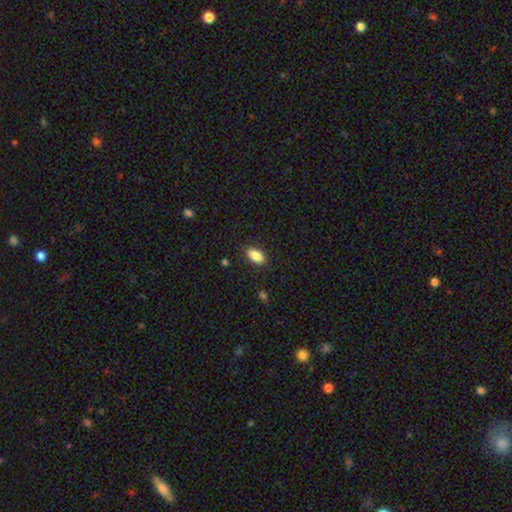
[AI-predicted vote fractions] smooth-or-featured: smooth: 86% | star or artifact: 8% | featured or disk: 6%
  how-rounded: in between: 90% | cigar-shaped: 6% | round: 4%
  merging: none: 86% | minor disturbance: 10% | major disturbance: 2% | merger: 1%